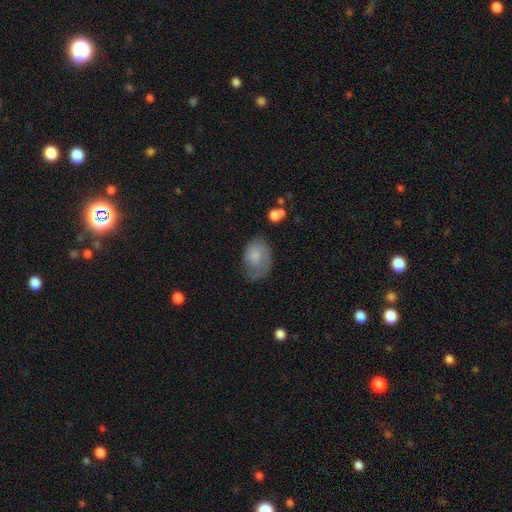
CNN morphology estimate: Smooth or featured: smooth — 68% (featured or disk — 25%)
How rounded: in between — 79% (round — 20%)
Merging: none — 43% (minor disturbance — 34%)